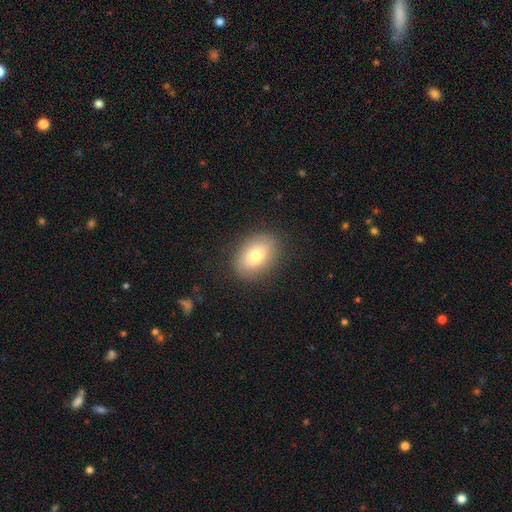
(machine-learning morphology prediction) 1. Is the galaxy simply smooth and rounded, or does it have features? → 77% smooth, 15% featured or disk, 8% star or artifact.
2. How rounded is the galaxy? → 82% in between, 17% round, 1% cigar-shaped.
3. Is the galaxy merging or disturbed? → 86% none, 10% minor disturbance, 3% major disturbance, 1% merger.